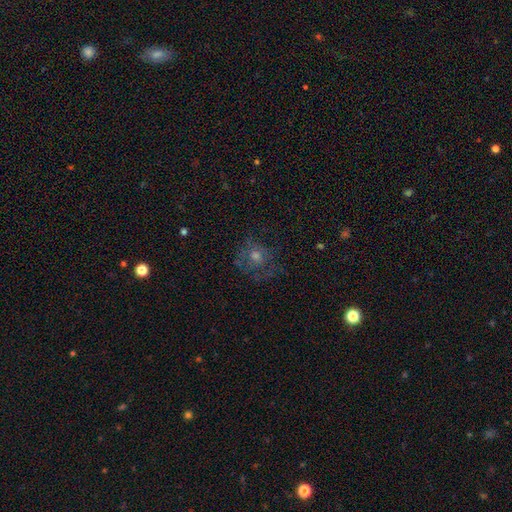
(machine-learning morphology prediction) This appears to be a featured or disk galaxy (40%). Merging: none (63%).